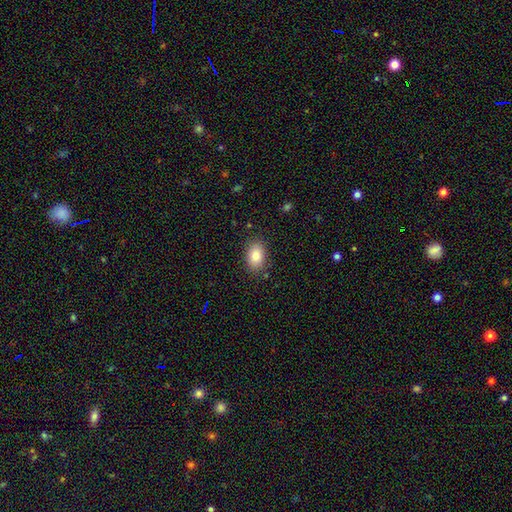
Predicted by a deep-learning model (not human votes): This is clearly a smooth galaxy (84%). How rounded: clearly in between (86%). Merging: clearly none (86%).